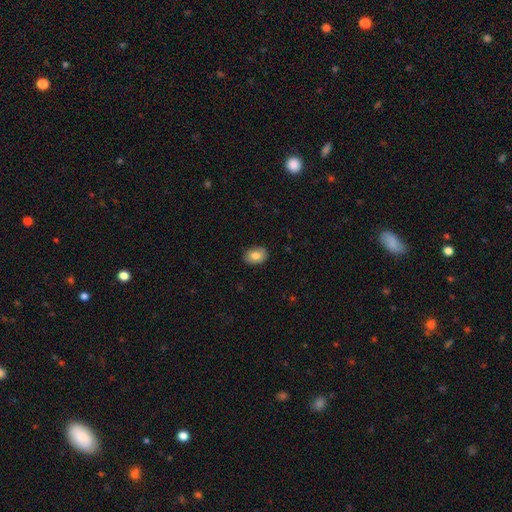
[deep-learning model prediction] Overall: smooth (80%). How rounded: in between (77%). Merging: none (87%).